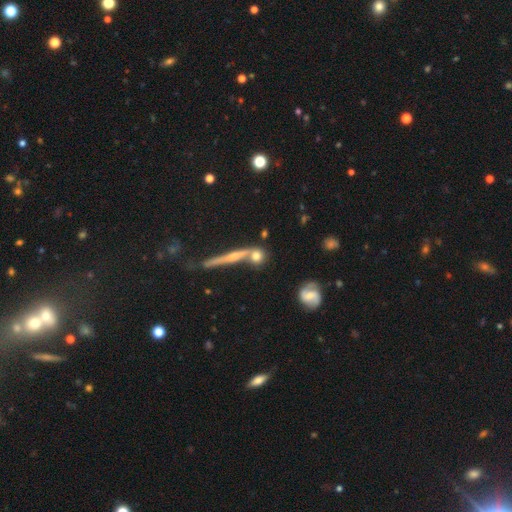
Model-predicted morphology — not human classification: Smooth or featured?
  - smooth: 64% *
  - featured or disk: 26%
  - star or artifact: 10%
How rounded?
  - round: 76% *
  - cigar-shaped: 13%
  - in between: 12%
Merging?
  - none: 57% *
  - merger: 27%
  - minor disturbance: 11%
  - major disturbance: 5%